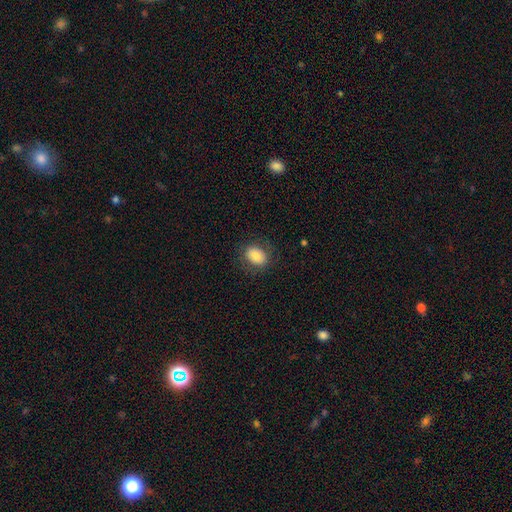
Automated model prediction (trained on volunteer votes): Overall: smooth (84%). How rounded: in between (69%; round 29%). Merging: none (80%).